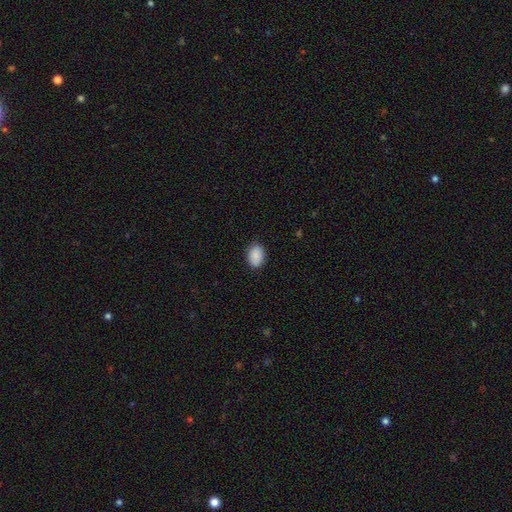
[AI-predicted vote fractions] smooth-or-featured: smooth: 90% | star or artifact: 7% | featured or disk: 4%
  how-rounded: in between: 84% | round: 14% | cigar-shaped: 1%
  merging: none: 87% | minor disturbance: 10% | major disturbance: 2% | merger: 1%